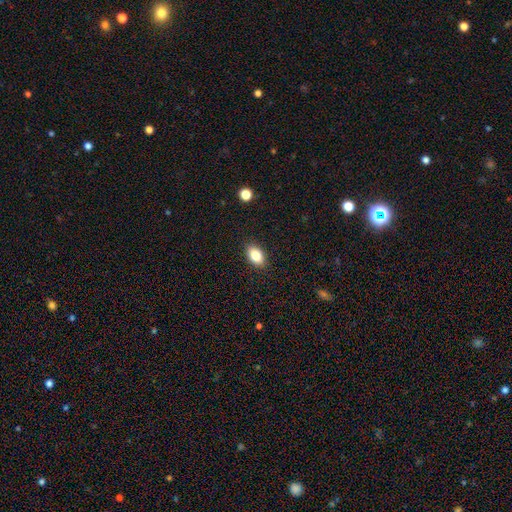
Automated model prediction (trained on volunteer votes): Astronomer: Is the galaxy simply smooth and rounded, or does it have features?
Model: smooth — 84%.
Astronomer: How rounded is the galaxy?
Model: in between — 89%.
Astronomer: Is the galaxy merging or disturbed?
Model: none — 89%.